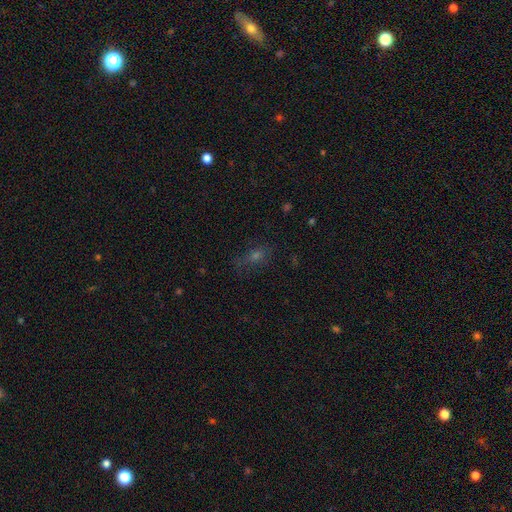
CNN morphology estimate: Q: Smooth or featured?
A: smooth (43%); runner-up: star or artifact (36%)
Q: Merging?
A: none (70%); runner-up: minor disturbance (18%)